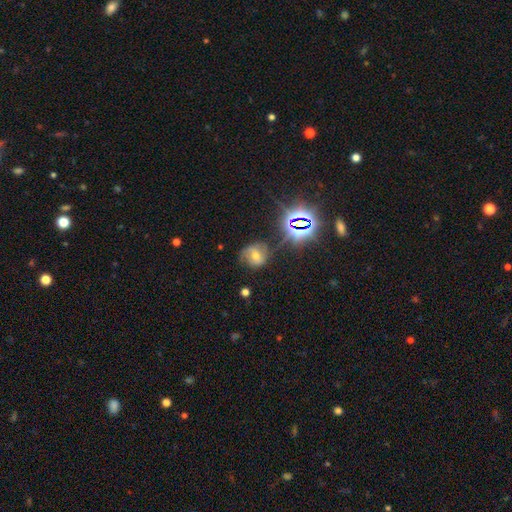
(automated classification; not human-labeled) A featured or disk galaxy (40%). Merging: none (64%).